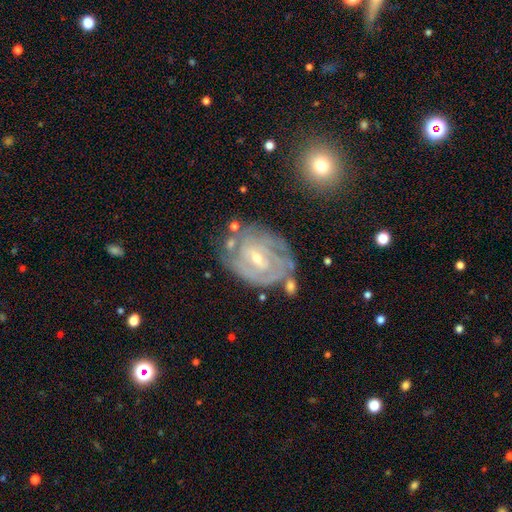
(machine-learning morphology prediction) This is clearly a featured or disk galaxy (82%). It is clearly not viewed edge-on (96%). Bar: possibly weak (46%). Spiral arm pattern: clearly yes (94%). Spiral arm count: marginally can't tell (32%). Spiral winding: likely tight (74%). Central bulge: possibly small (60%). Merging: likely none (72%).